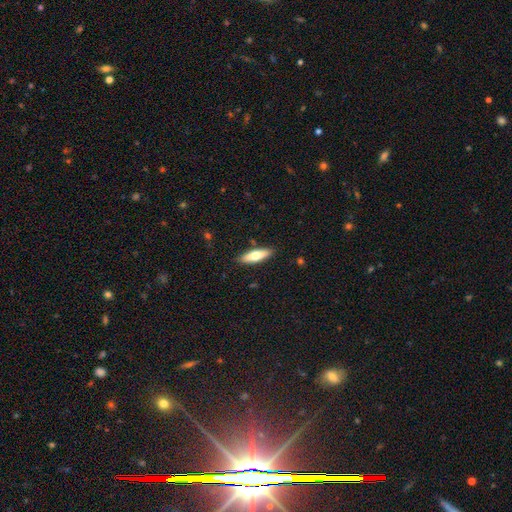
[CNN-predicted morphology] This is likely a smooth galaxy (67%). How rounded: possibly cigar-shaped (55%). Merging: clearly none (87%).